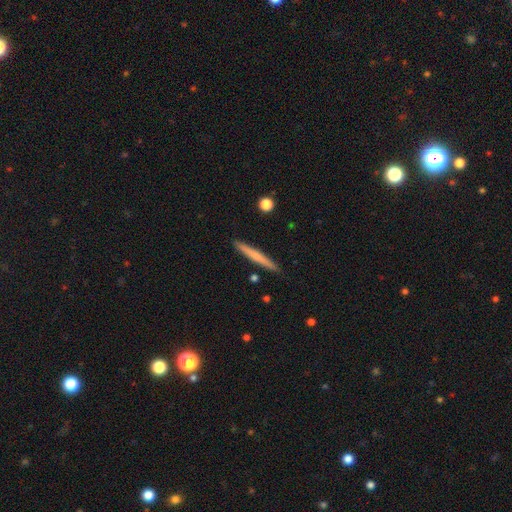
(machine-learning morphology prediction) The model was most divided on "smooth or featured": smooth: 60%, featured or disk: 34%, star or artifact: 5%. More confident: how rounded — cigar-shaped (96%); merging — none (91%).